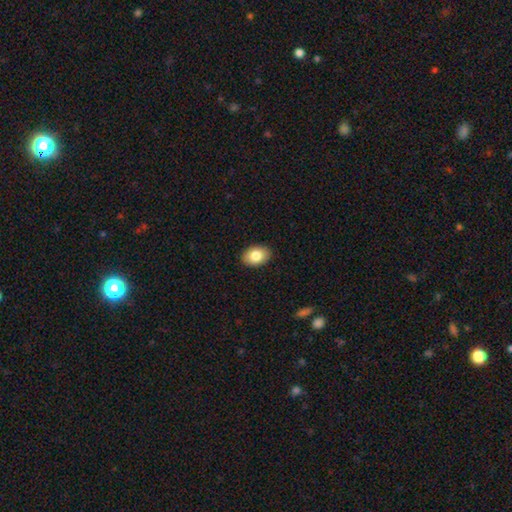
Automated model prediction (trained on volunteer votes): Q: Smooth or featured?
A: smooth (84%); runner-up: featured or disk (9%)
Q: How rounded?
A: in between (81%); runner-up: round (18%)
Q: Merging?
A: none (90%); runner-up: minor disturbance (7%)